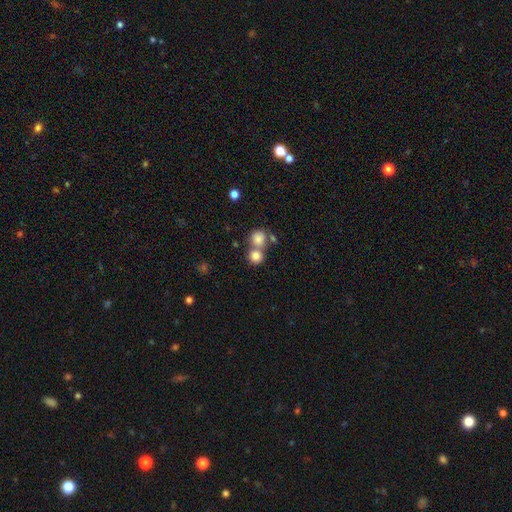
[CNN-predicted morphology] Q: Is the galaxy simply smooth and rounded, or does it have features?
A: smooth — 81%.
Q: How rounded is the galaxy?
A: round — 86%.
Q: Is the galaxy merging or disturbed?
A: none — 48%.